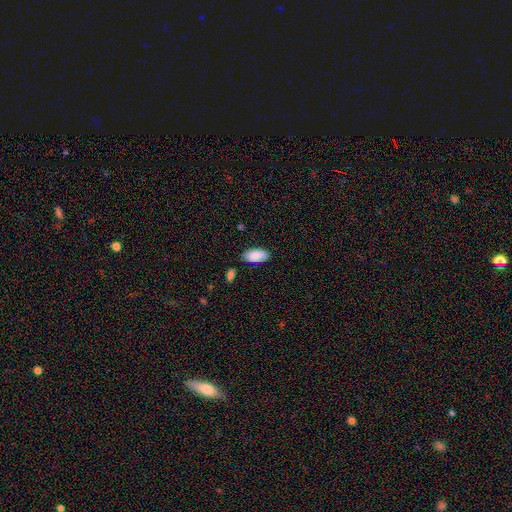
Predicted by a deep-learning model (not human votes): Smooth or featured: smooth — 86% (featured or disk — 8%)
How rounded: in between — 94% (cigar-shaped — 4%)
Merging: none — 79% (minor disturbance — 14%)